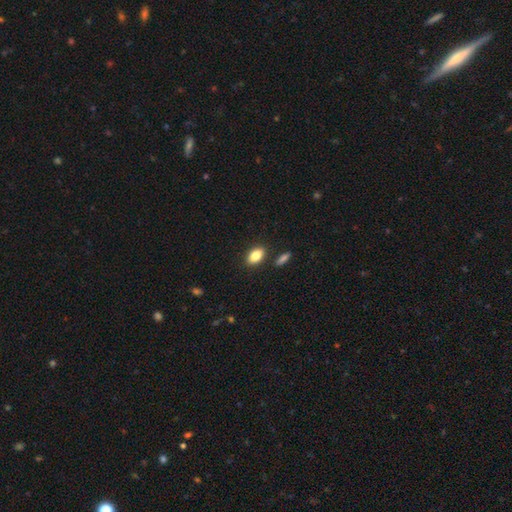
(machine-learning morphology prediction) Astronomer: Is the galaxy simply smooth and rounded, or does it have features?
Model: smooth — 84%.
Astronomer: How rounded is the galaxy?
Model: in between — 88%.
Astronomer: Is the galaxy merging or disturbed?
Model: none — 85%.